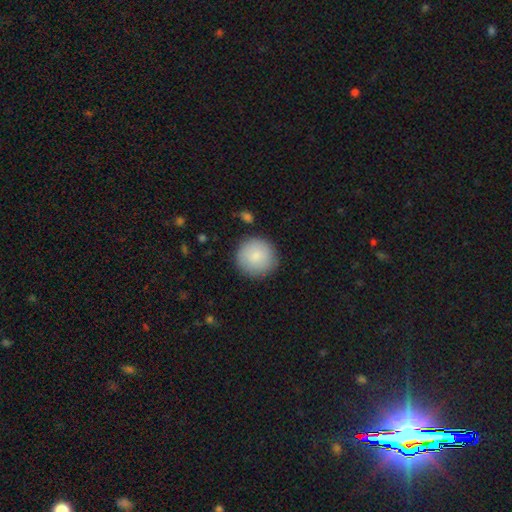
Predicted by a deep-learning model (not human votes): This appears to be a smooth galaxy with no disk features (85%) that is round (94%). Merging: none (87%).